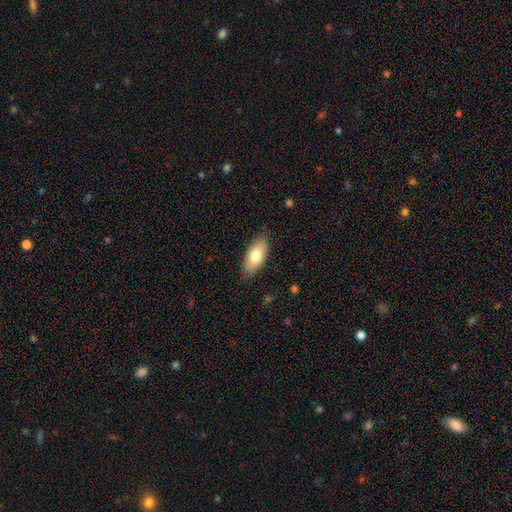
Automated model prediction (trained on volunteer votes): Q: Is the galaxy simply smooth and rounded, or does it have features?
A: smooth — 76%.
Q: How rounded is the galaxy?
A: in between — 87%.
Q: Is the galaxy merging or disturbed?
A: none — 84%.